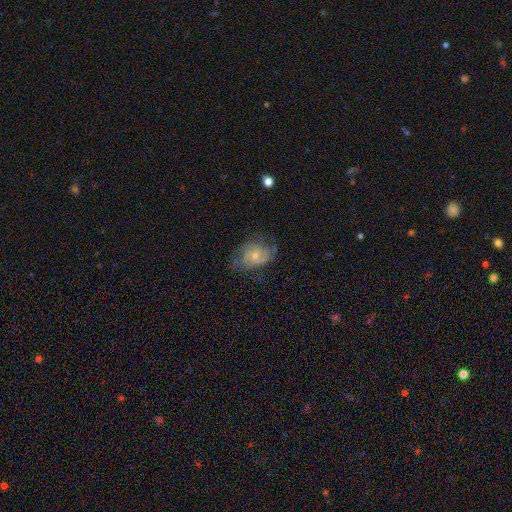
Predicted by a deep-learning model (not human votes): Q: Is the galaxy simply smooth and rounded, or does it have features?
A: featured or disk — 75%.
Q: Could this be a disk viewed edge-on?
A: no — 97%.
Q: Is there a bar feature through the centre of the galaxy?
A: no — 68%.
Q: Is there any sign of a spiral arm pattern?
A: yes — 91%.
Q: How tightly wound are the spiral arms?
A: medium — 43%, tied with tight.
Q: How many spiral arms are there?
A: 2 — 48%.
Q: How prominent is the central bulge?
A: small — 58%.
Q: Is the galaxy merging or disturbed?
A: none — 65%.